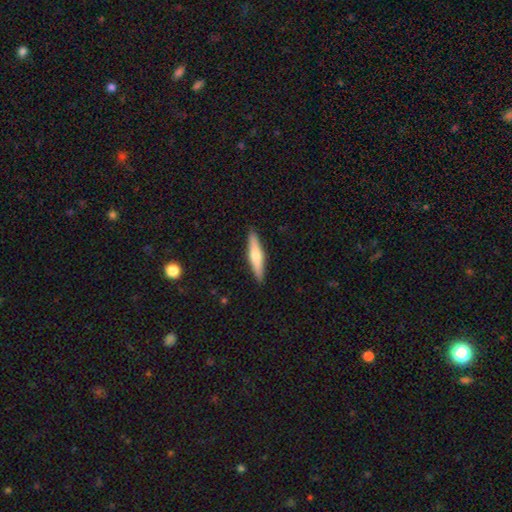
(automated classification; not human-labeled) smooth 54%, featured or disk 40%, star or artifact 5%. Down the decision tree: how rounded — cigar-shaped (86%); merging — none (90%).